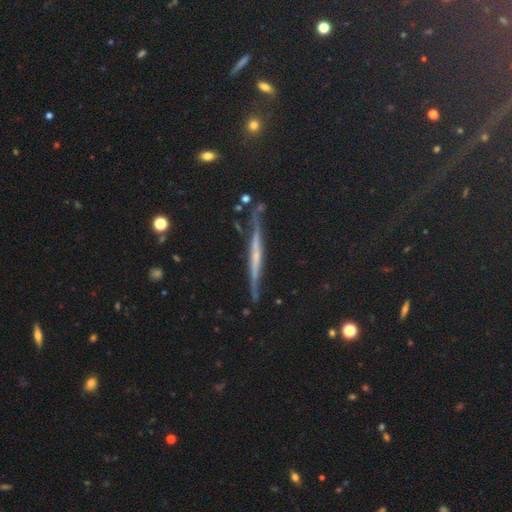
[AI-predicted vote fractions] Smooth or featured?
  - featured or disk: 51% *
  - smooth: 25%
  - star or artifact: 24%
Edge-on disk?
  - yes: 89% *
  - no: 11%
Merging?
  - none: 81% *
  - minor disturbance: 13%
  - major disturbance: 4%
  - merger: 3%